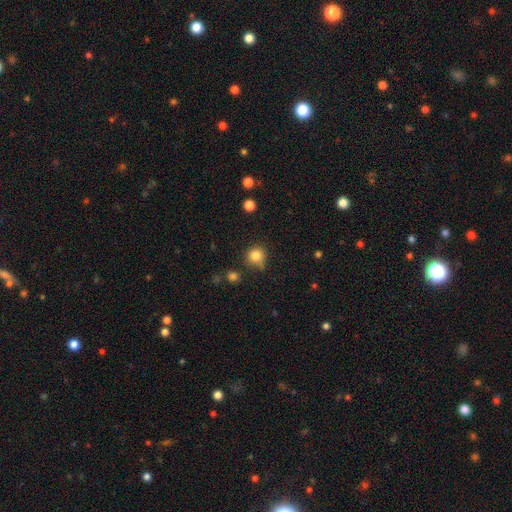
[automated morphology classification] This appears to be a smooth galaxy with no disk features (82%) that is round (89%). Merging: none (71%).